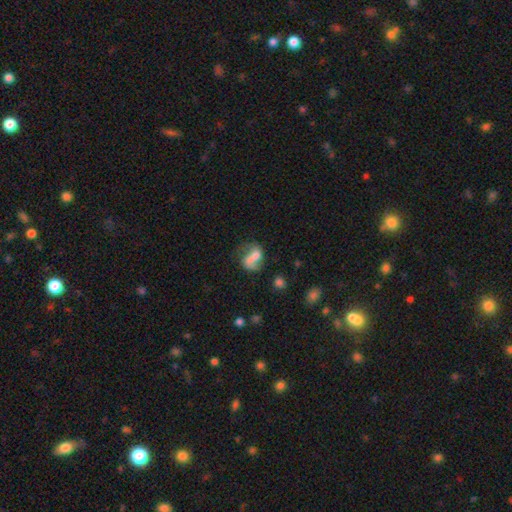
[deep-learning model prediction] Smooth or featured? smooth (47%)
Merging? merger (29%, tied with none)